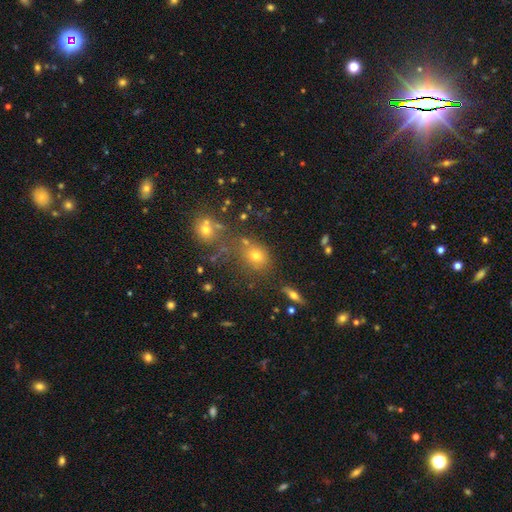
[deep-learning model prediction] This appears to be a smooth galaxy with no disk features (66%) that is round (67%). Merging: none (65%).